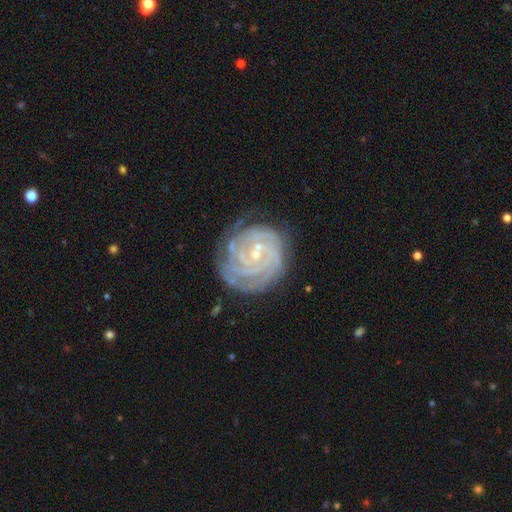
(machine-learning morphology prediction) The model was most divided on "spiral arm count": 4: 26%, can't tell: 21%, 3: 21%, 2: 13%, more than 4: 12%, 1: 7%. Remaining: spiral arms — yes (98%); edge-on disk — no (98%); smooth or featured — featured or disk (87%); spiral winding — tight (84%); bulge size — small (78%); merging — none (77%); bar — no (47%).